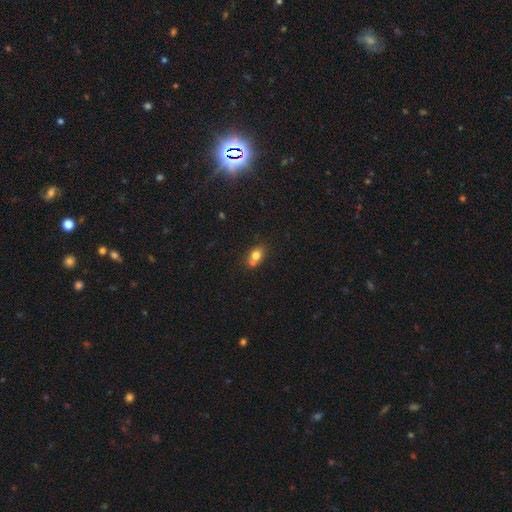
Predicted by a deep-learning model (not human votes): Smooth or featured?
  - smooth: 75% *
  - featured or disk: 15%
  - star or artifact: 11%
How rounded?
  - in between: 67% *
  - round: 31%
  - cigar-shaped: 3%
Merging?
  - none: 50% *
  - merger: 28%
  - minor disturbance: 17%
  - major disturbance: 5%